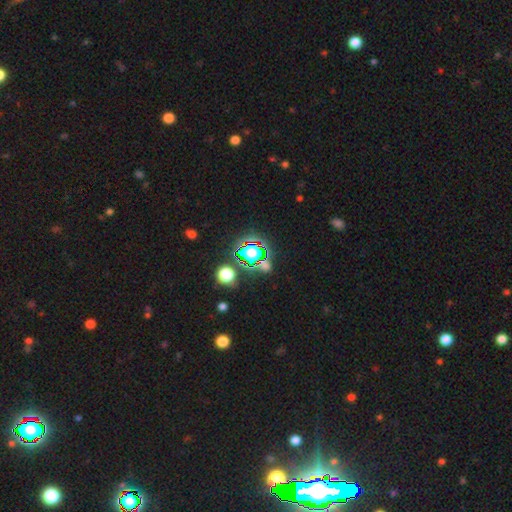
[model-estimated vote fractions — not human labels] smooth_or_featured: star or artifact (p=0.65) [alt: smooth p=0.25]